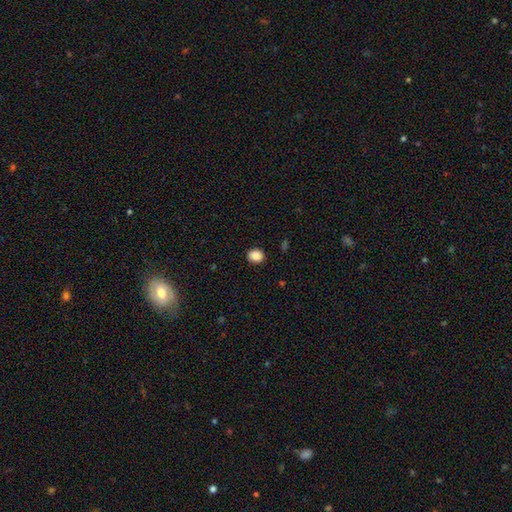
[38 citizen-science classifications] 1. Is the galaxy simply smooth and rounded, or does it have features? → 97% smooth, 3% star or artifact, 0% featured or disk.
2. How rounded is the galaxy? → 78% round, 22% in between, 0% cigar-shaped.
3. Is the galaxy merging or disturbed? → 89% none, 8% minor disturbance, 3% major disturbance, 0% merger.